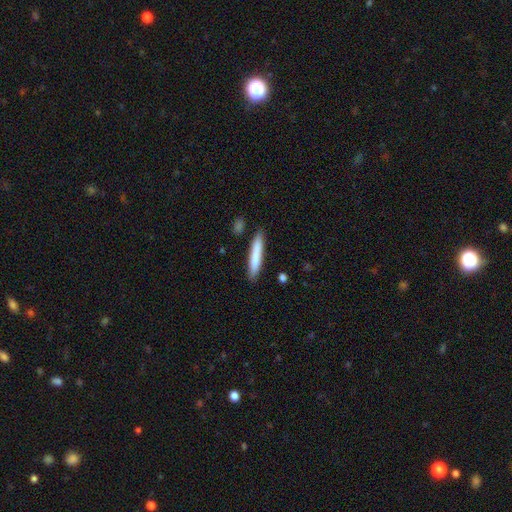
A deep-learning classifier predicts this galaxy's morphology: Smooth or featured? smooth (78%)
How rounded? cigar-shaped (93%)
Merging? none (85%)